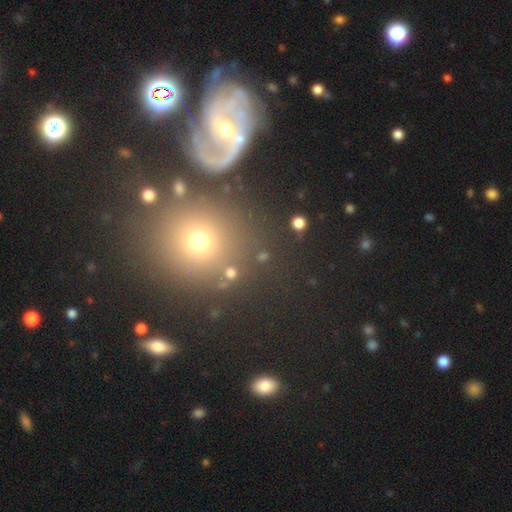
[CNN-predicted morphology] smooth 47%, featured or disk 28%, star or artifact 24%. Down the decision tree: merging — none (71%).